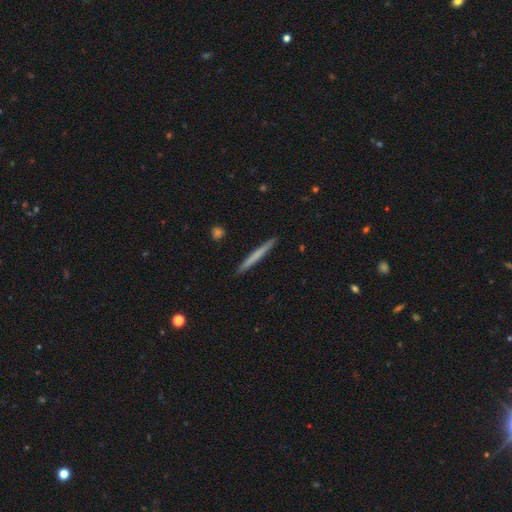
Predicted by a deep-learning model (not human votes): Morphology: type=smooth (59%); roundness=cigar-shaped (97%); merging=none (93%).